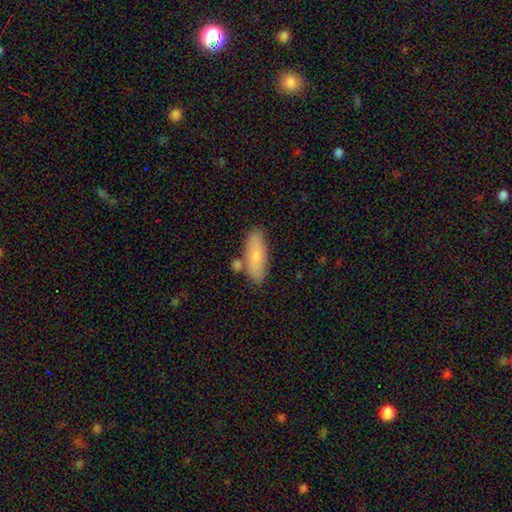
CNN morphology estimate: Smooth or featured?
  - smooth: 73% *
  - featured or disk: 21%
  - star or artifact: 6%
How rounded?
  - in between: 67% *
  - cigar-shaped: 31%
  - round: 3%
Merging?
  - none: 71% *
  - minor disturbance: 14%
  - merger: 11%
  - major disturbance: 3%